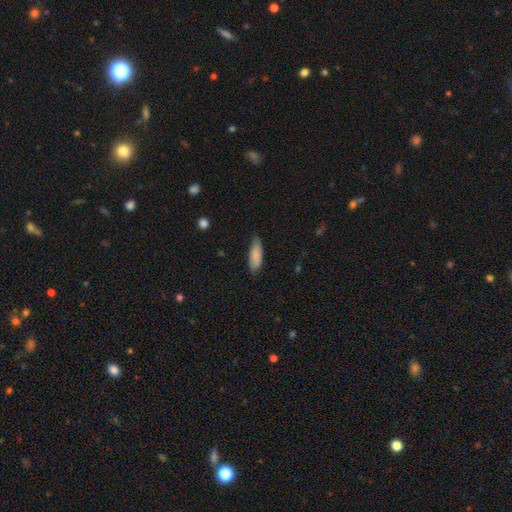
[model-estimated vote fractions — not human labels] Smooth or featured?
  - smooth: 86% *
  - featured or disk: 8%
  - star or artifact: 6%
How rounded?
  - in between: 62% *
  - cigar-shaped: 36%
  - round: 2%
Merging?
  - none: 72% *
  - minor disturbance: 24%
  - major disturbance: 3%
  - merger: 1%